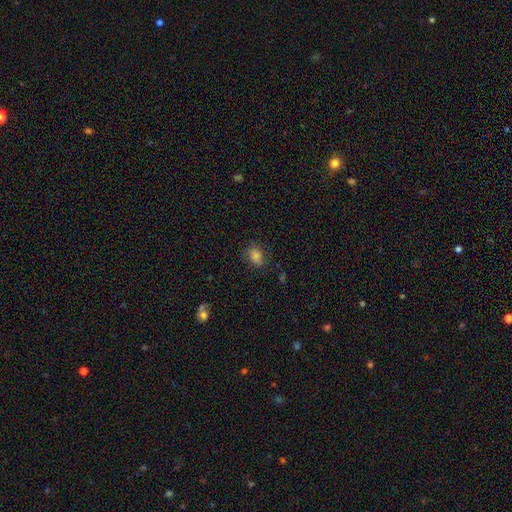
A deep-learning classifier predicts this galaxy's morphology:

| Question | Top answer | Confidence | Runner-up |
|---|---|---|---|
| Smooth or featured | smooth | 75% | star or artifact (16%) |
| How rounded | in between | 66% | round (33%) |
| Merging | none | 77% | minor disturbance (16%) |